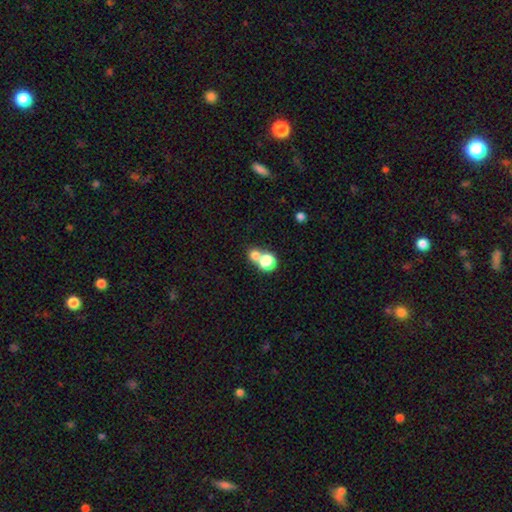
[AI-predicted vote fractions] This appears to be a smooth galaxy with no disk features (77%) that is round (81%). Merging: merger (47%).